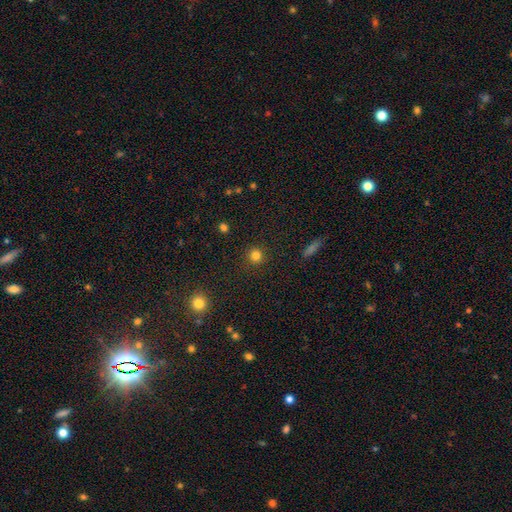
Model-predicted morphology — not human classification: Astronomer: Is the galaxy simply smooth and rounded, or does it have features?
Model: smooth — 81%.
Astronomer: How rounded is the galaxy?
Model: round — 94%.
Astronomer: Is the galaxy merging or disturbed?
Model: none — 90%.